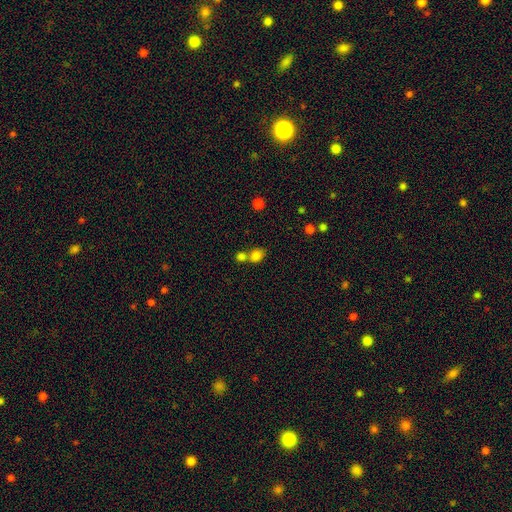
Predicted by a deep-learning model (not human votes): A smooth galaxy with no disk features (80%) that is round (54%). Merging: merger (47%).